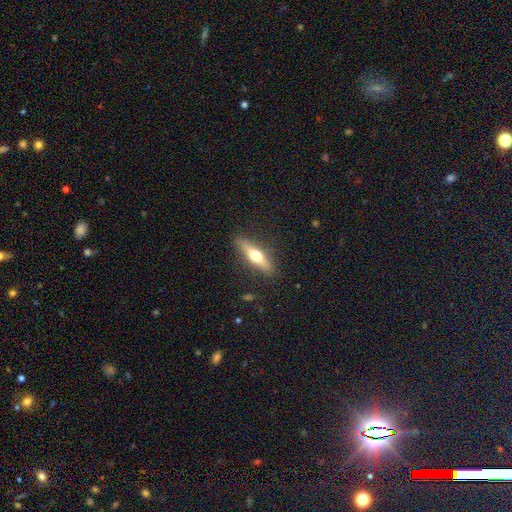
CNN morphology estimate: featured or disk 54%, smooth 40%, star or artifact 6%. Down the decision tree: edge-on disk — yes (93%); merging — none (88%).